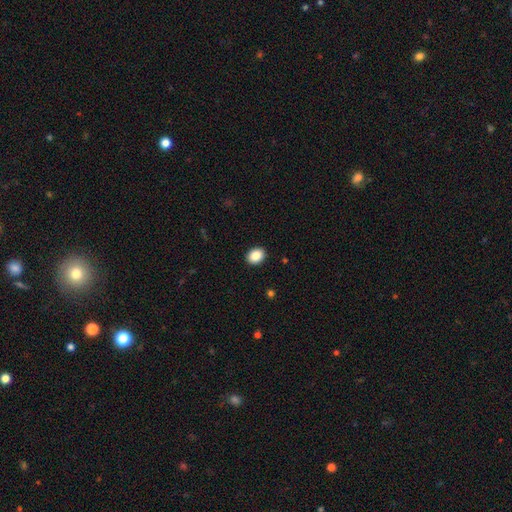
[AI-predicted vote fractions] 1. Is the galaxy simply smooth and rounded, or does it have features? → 88% smooth, 8% star or artifact, 4% featured or disk.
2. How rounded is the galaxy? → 57% in between, 42% round, 1% cigar-shaped.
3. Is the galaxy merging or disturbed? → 91% none, 6% minor disturbance, 2% major disturbance, 1% merger.